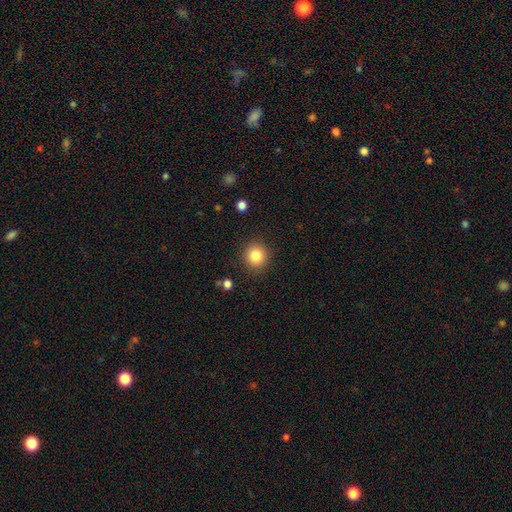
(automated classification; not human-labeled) Overall: smooth (84%). How rounded: round (92%). Merging: none (89%).